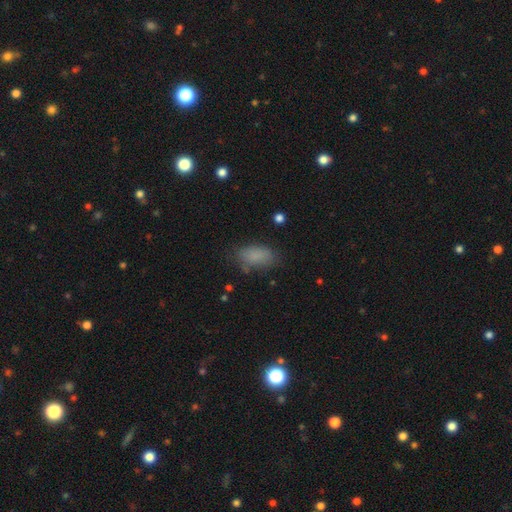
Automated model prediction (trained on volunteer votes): Morphology: type=smooth (83%); roundness=in between (91%); merging=none (72%).